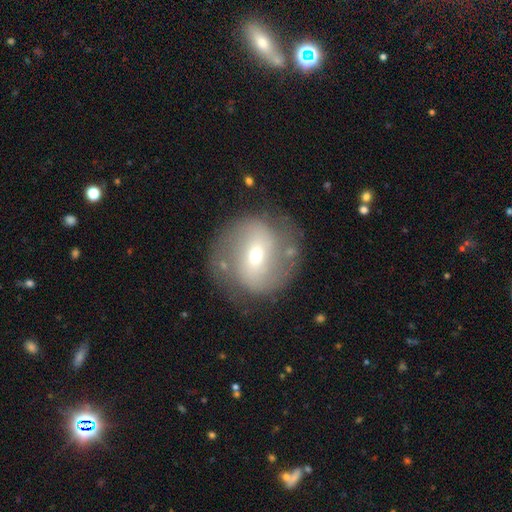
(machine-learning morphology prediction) smooth_or_featured: featured or disk (p=0.71) [alt: smooth p=0.21]
disk_edge_on: no (p=0.97) [alt: yes p=0.03]
bar: weak (p=0.42) [alt: no p=0.32]
has_spiral_arms: yes (p=0.84) [alt: no p=0.16]
spiral_winding: medium (p=0.44) [alt: loose p=0.30]
spiral_arm_count: 2 (p=0.84) [alt: can't tell p=0.09]
bulge_size: small (p=0.53) [alt: moderate p=0.42]
merging: none (p=0.74) [alt: minor disturbance p=0.15]